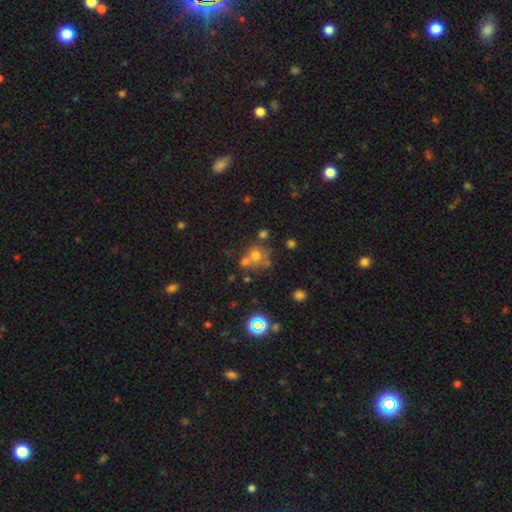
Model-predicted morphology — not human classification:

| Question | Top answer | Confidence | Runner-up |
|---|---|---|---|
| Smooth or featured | smooth | 59% | star or artifact (22%) |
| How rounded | round | 77% | in between (22%) |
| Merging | none | 43% | merger (36%) |